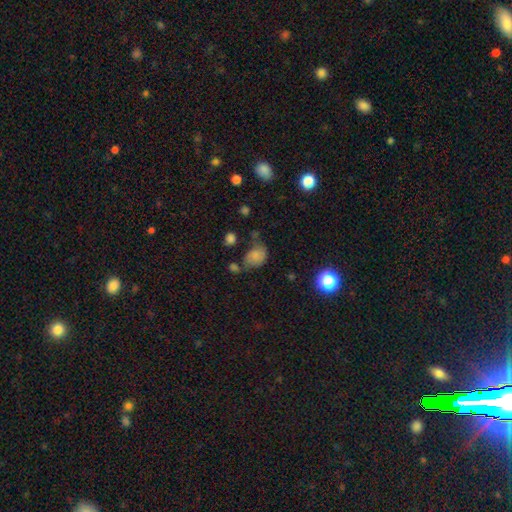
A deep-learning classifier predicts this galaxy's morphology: Smooth or featured: smooth — 74% (star or artifact — 14%)
How rounded: in between — 62% (round — 37%)
Merging: none — 45% (minor disturbance — 29%)